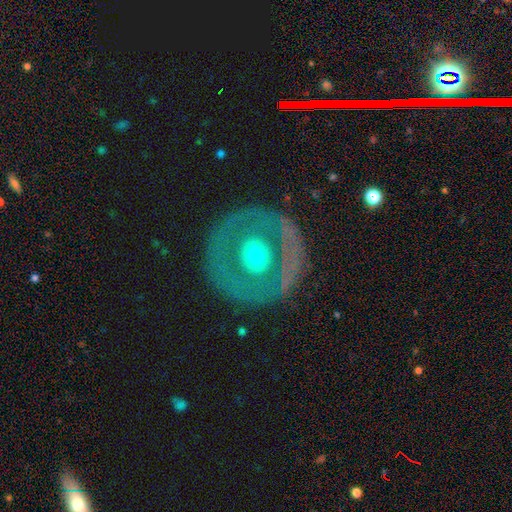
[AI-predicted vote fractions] Overall: featured or disk (53%; smooth 41%). Edge-on disk: no (94%). Merging: none (77%).